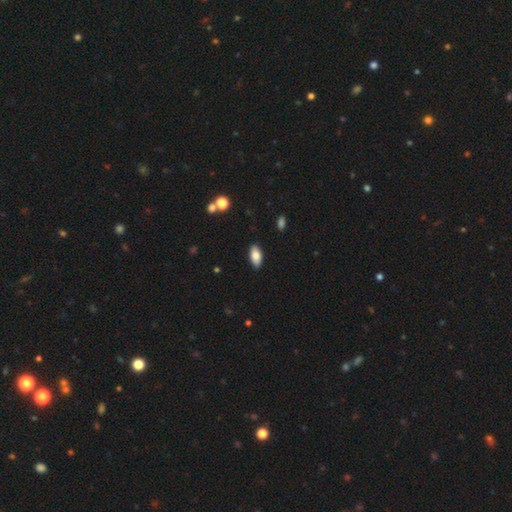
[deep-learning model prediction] Morphology: type=smooth (80%); roundness=in between (89%); merging=none (88%).